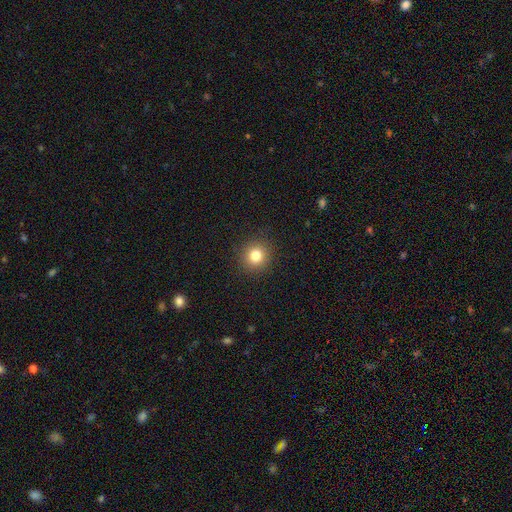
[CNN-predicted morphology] The model was most divided on "smooth or featured": smooth: 82%, star or artifact: 12%, featured or disk: 6%. More confident: merging — none (91%); how rounded — round (91%).